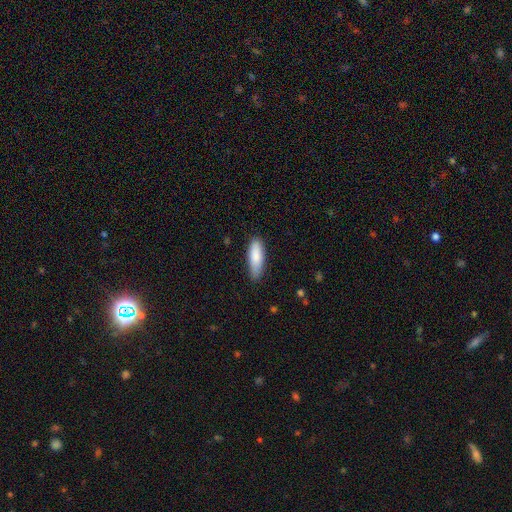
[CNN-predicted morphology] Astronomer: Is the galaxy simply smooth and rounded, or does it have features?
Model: smooth — 86%.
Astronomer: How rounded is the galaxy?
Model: in between — 59% (runner-up: cigar-shaped, 39%).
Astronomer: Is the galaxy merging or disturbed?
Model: none — 79%.